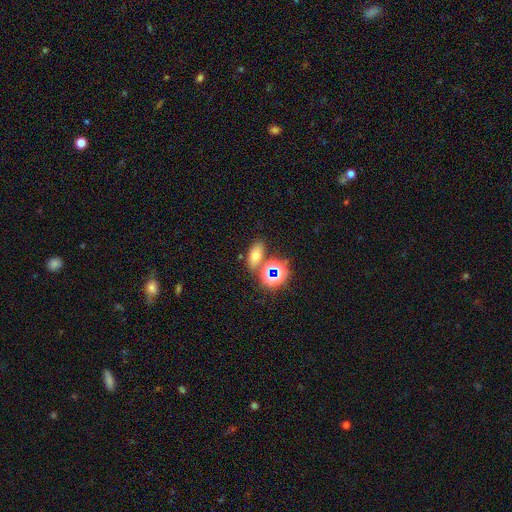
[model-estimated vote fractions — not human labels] Morphology: type=smooth (60%); roundness=in between (77%); merging=none (70%).